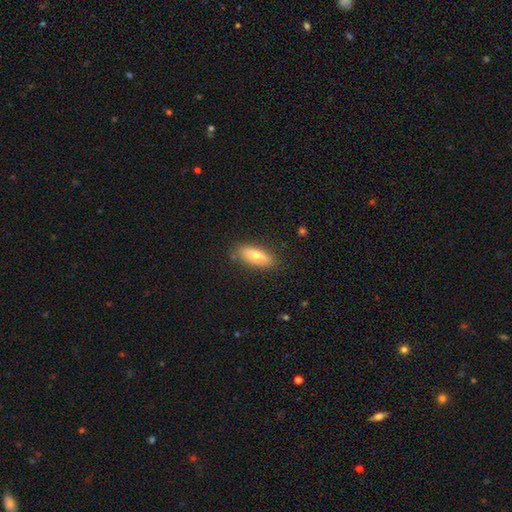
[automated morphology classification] smooth_or_featured: smooth (p=0.63) [alt: featured or disk p=0.30]
how_rounded: in between (p=0.67) [alt: cigar-shaped p=0.30]
merging: none (p=0.84) [alt: minor disturbance p=0.12]